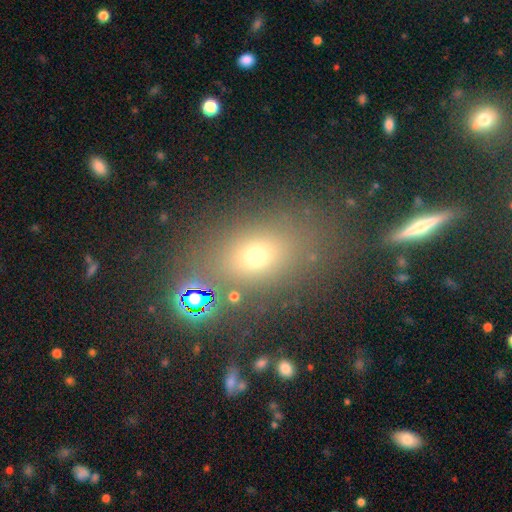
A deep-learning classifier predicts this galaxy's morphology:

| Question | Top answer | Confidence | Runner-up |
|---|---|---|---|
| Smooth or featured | smooth | 66% | star or artifact (21%) |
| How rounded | in between | 65% | round (32%) |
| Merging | none | 74% | minor disturbance (12%) |